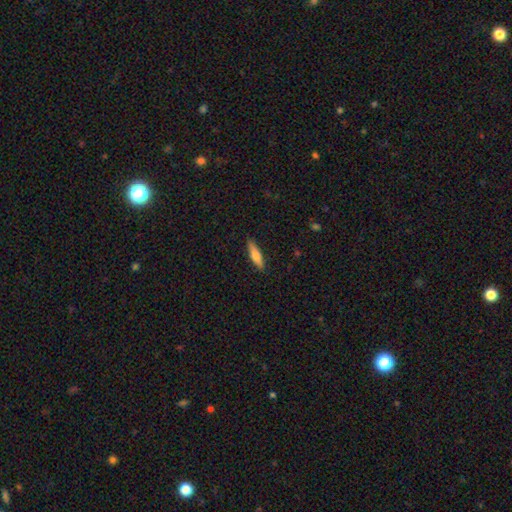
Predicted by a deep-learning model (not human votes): This is likely a smooth galaxy (67%). How rounded: likely cigar-shaped (73%). Merging: clearly none (88%).